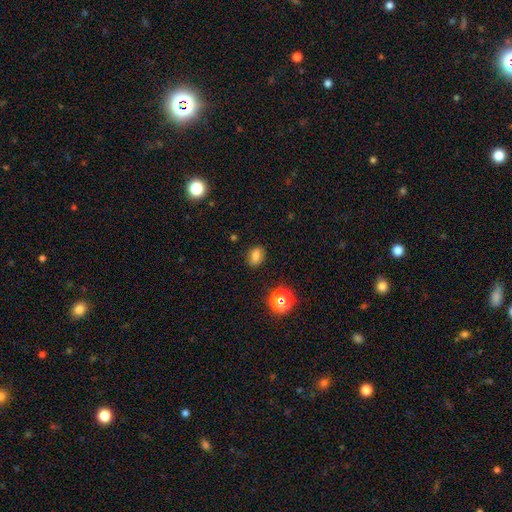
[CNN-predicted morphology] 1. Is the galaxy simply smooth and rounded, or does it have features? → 76% smooth, 16% star or artifact, 9% featured or disk.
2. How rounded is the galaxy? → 65% in between, 34% round, 2% cigar-shaped.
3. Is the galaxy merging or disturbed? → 84% none, 11% minor disturbance, 3% major disturbance, 2% merger.